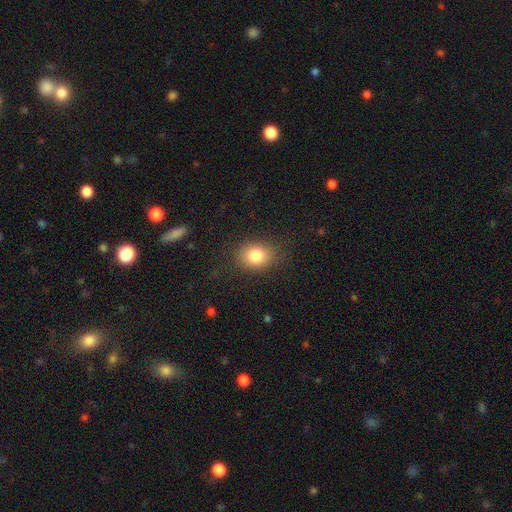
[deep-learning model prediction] Overall: smooth (82%). How rounded: in between (55%; round 44%). Merging: none (82%).